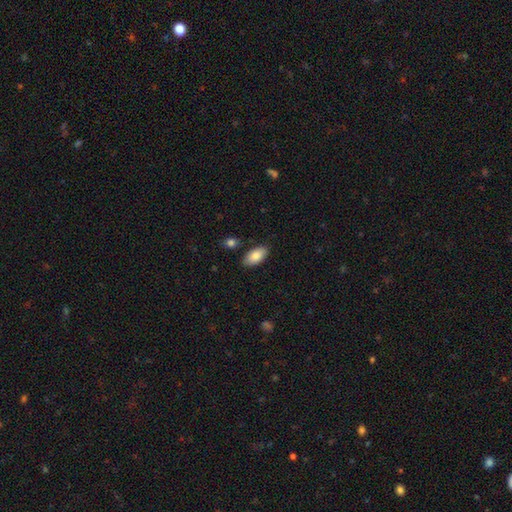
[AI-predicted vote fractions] Overall: smooth (84%). How rounded: in between (93%). Merging: none (84%).